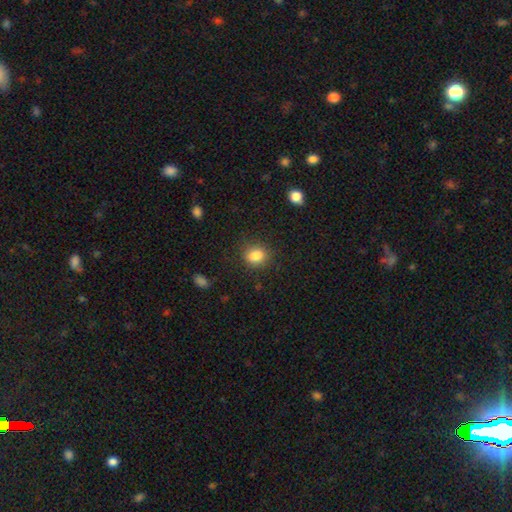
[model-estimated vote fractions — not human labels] A smooth galaxy with no disk features (85%) that is round (60%).

Vote fractions:
- Smooth or featured? smooth: 85% / star or artifact: 10% / featured or disk: 5%
- How rounded? round: 60% / in between: 39% / cigar-shaped: 1%
- Merging? none: 83% / minor disturbance: 12% / major disturbance: 4% / merger: 1%